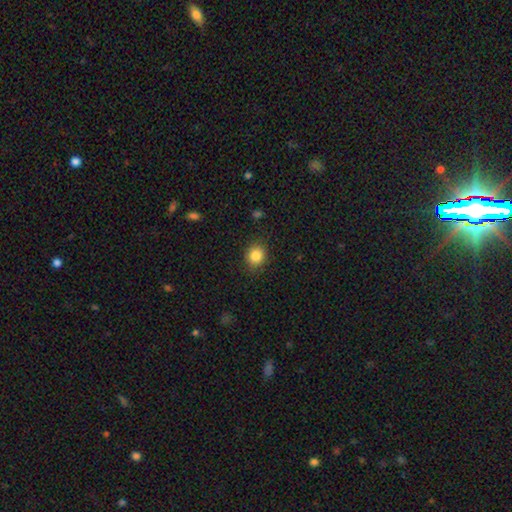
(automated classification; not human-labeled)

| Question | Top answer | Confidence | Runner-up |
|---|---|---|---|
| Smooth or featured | smooth | 85% | star or artifact (10%) |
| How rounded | round | 75% | in between (24%) |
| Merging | none | 87% | minor disturbance (9%) |